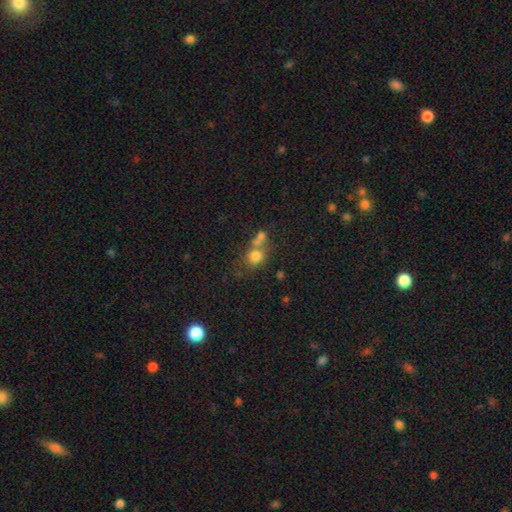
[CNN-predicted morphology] Smooth or featured? Predicted: smooth (p=0.74). How rounded? Predicted: round (p=0.69). Merging? Predicted: merger (p=0.43).